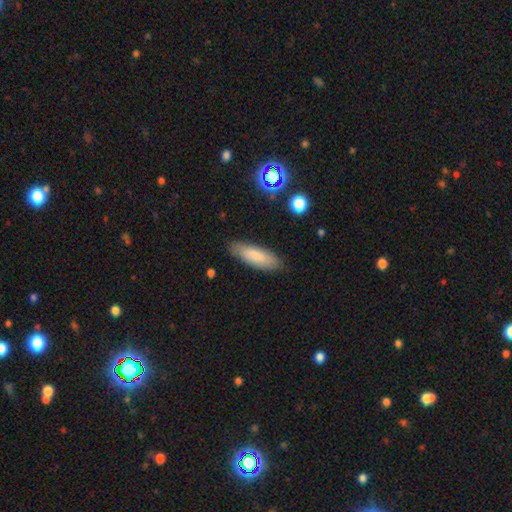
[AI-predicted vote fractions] A smooth galaxy with no disk features (80%) that is in between round and cigar-shaped (54%). Merging: none (85%).